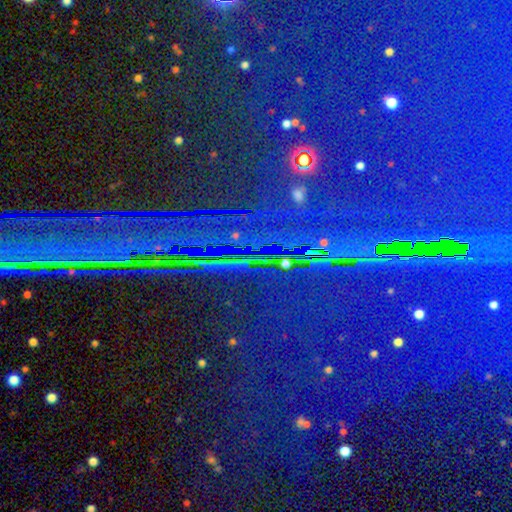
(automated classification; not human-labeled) smooth-or-featured: star or artifact: 84% | featured or disk: 8% | smooth: 8%